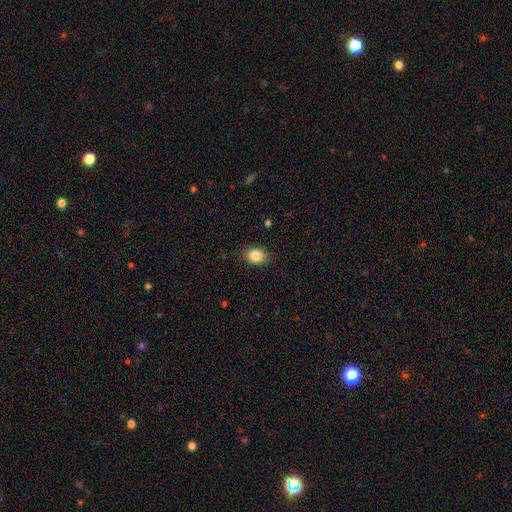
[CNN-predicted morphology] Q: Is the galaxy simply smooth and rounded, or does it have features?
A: smooth — 84%.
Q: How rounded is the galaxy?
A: in between — 60%.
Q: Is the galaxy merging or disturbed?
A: none — 87%.